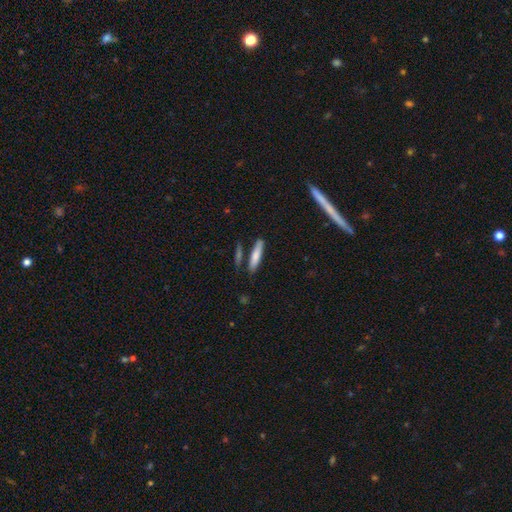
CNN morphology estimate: Smooth or featured? smooth (74%)
How rounded? cigar-shaped (85%)
Merging? none (77%)